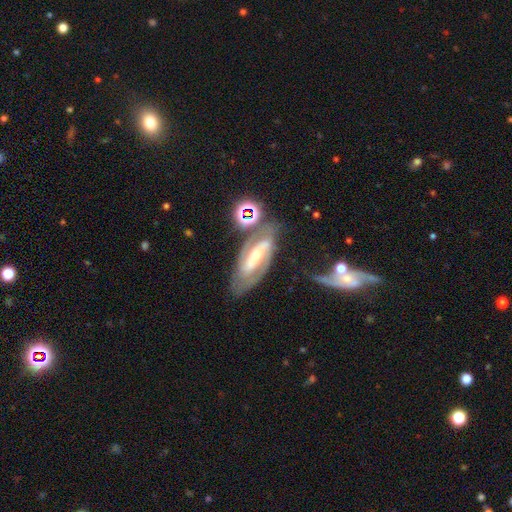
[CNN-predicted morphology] The model was most divided on "spiral winding": medium: 43%, tight: 42%, loose: 15%. Remaining: spiral arms — yes (93%); edge-on disk — no (92%); smooth or featured — featured or disk (84%); spiral arm count — 2 (84%); merging — none (67%); bar — strong (49%); bulge size — small (49%).